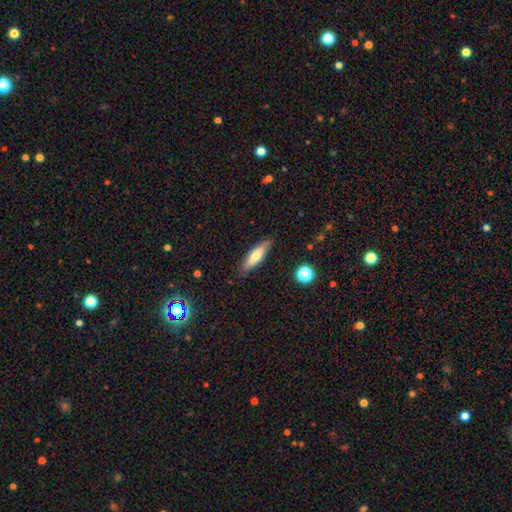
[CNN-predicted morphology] Smooth or featured?
  - smooth: 65% *
  - featured or disk: 27%
  - star or artifact: 7%
How rounded?
  - cigar-shaped: 62% *
  - in between: 36%
  - round: 2%
Merging?
  - none: 85% *
  - minor disturbance: 11%
  - major disturbance: 2%
  - merger: 1%